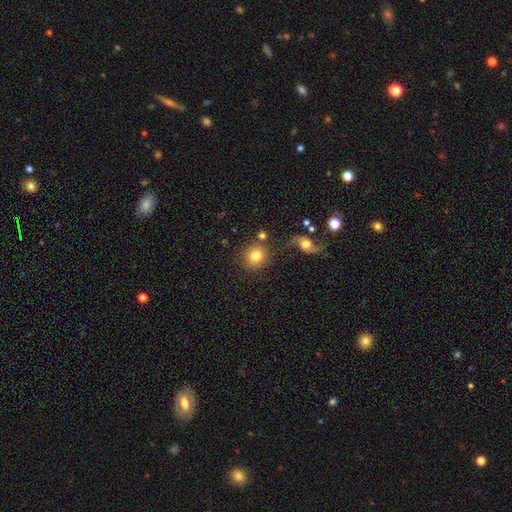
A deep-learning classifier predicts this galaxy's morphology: Smooth or featured? Predicted: smooth (p=0.81). How rounded? Predicted: round (p=0.87). Merging? Predicted: none (p=0.76).